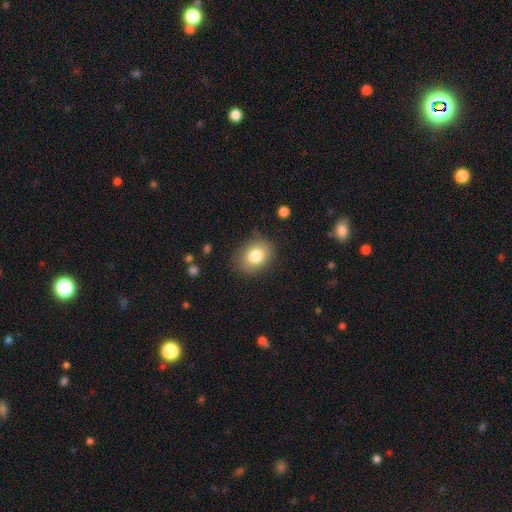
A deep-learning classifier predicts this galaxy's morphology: Smooth or featured?
  - smooth: 80% *
  - featured or disk: 11%
  - star or artifact: 9%
How rounded?
  - in between: 60% *
  - round: 39%
  - cigar-shaped: 1%
Merging?
  - none: 81% *
  - minor disturbance: 14%
  - major disturbance: 4%
  - merger: 1%